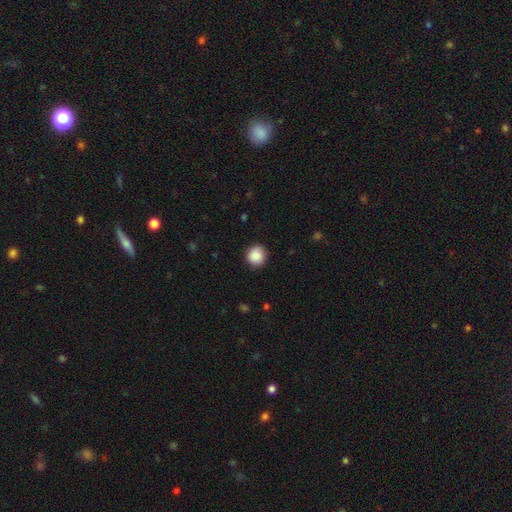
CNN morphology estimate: smooth_or_featured: smooth (p=0.89) [alt: star or artifact p=0.08]
how_rounded: round (p=0.92) [alt: in between p=0.07]
merging: none (p=0.90) [alt: minor disturbance p=0.07]